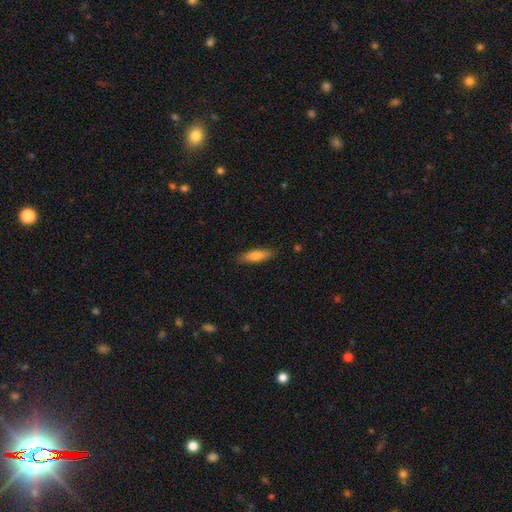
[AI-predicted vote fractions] This appears to be a smooth galaxy with no disk features (74%) that is cigar-shaped (61%). Merging: none (87%).